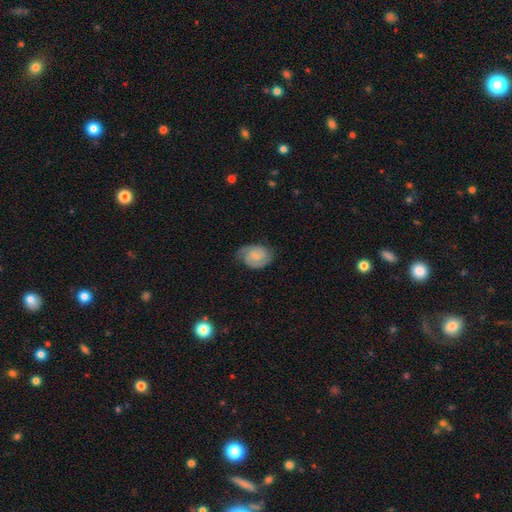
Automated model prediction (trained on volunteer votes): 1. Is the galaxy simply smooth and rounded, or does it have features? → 77% featured or disk, 17% smooth, 6% star or artifact.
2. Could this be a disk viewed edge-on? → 98% no, 2% yes.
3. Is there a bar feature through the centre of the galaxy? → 57% no, 37% weak, 6% strong.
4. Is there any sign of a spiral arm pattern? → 97% yes, 3% no.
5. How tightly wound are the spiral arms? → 53% tight, 39% medium, 8% loose.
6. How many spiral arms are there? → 87% 2, 6% can't tell, 3% 3, 2% 1, 1% 4, 1% more than 4.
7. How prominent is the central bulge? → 52% small, 23% none, 22% moderate, 2% large, 1% dominant.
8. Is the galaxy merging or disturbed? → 77% none, 17% minor disturbance, 5% major disturbance, 1% merger.